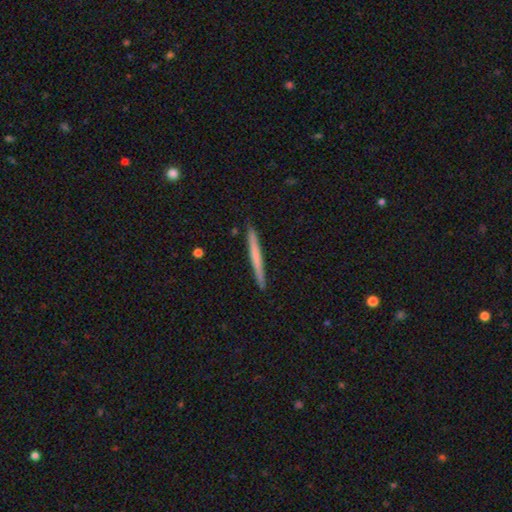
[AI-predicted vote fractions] A smooth galaxy with no disk features (58%) that is cigar-shaped (97%).

Vote fractions:
- Smooth or featured? smooth: 58% / featured or disk: 37% / star or artifact: 5%
- How rounded? cigar-shaped: 97% / in between: 2% / round: 1%
- Merging? none: 92% / minor disturbance: 6% / major disturbance: 1% / merger: 1%